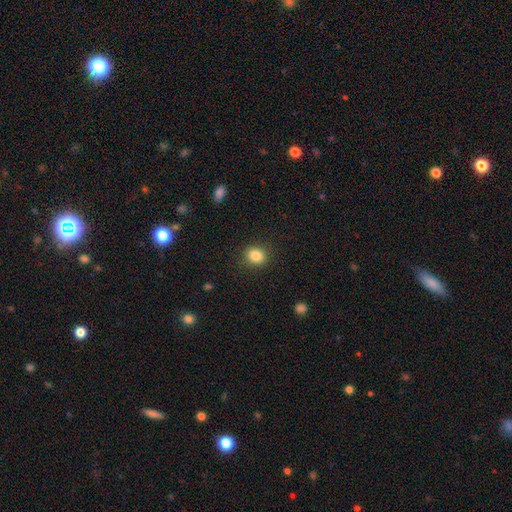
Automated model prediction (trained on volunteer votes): Smooth or featured? smooth (84%)
How rounded? round (67%)
Merging? none (88%)